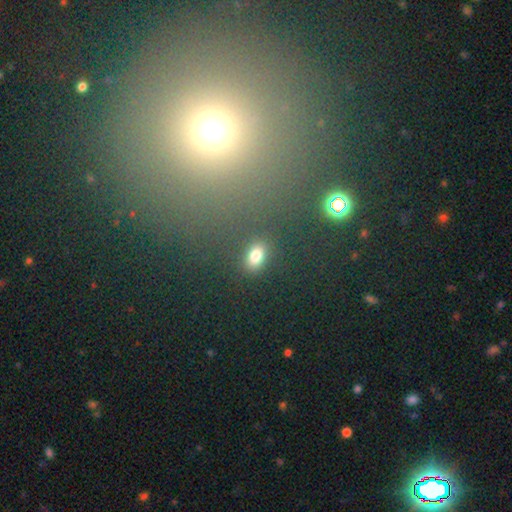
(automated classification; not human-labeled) The model was most divided on "how rounded": in between: 77%, round: 19%, cigar-shaped: 3%. More confident: merging — none (85%); smooth or featured — smooth (75%).